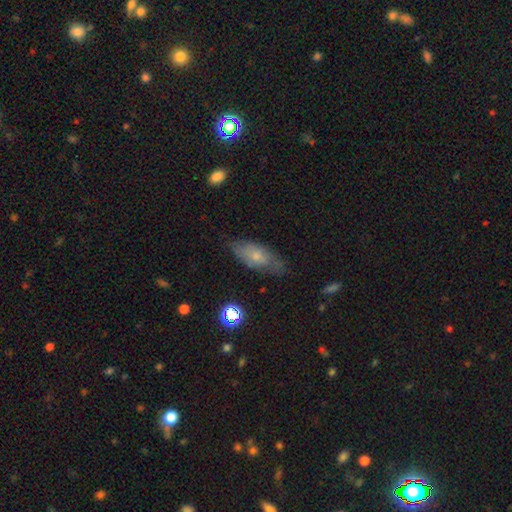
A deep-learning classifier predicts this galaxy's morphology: Smooth or featured? Predicted: smooth (p=0.61). How rounded? Predicted: in between (p=0.82). Merging? Predicted: none (p=0.66).